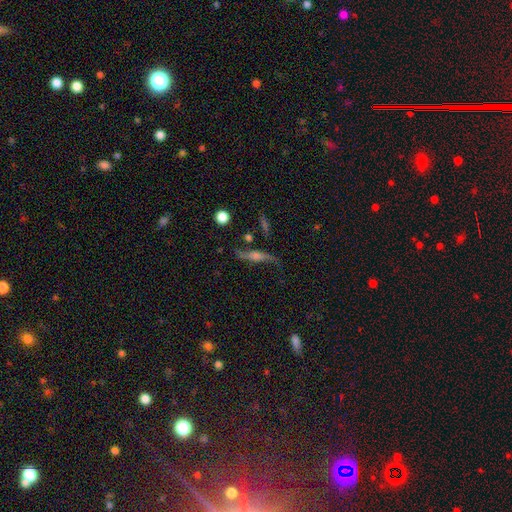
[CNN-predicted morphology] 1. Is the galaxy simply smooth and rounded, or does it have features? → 72% featured or disk, 18% smooth, 11% star or artifact.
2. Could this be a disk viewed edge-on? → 53% no, 47% yes.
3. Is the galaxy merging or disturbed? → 63% none, 19% minor disturbance, 12% major disturbance, 5% merger.